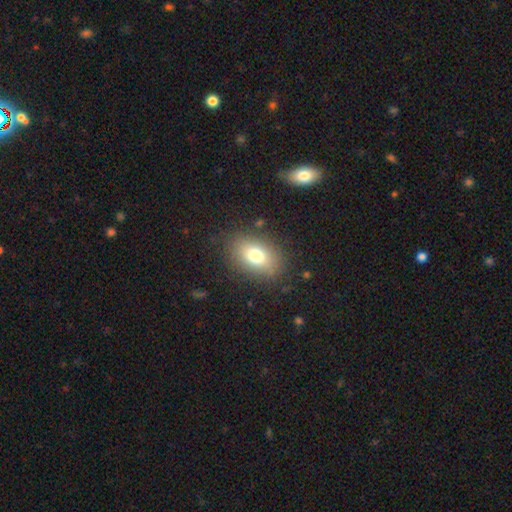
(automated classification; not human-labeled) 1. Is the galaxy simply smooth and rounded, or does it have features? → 75% smooth, 13% featured or disk, 11% star or artifact.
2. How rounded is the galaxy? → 80% in between, 19% round, 2% cigar-shaped.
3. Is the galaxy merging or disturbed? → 83% none, 11% minor disturbance, 5% major disturbance, 1% merger.